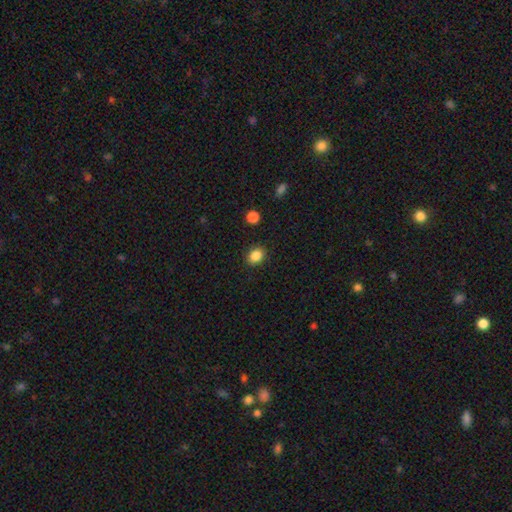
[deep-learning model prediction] A smooth galaxy with no disk features (86%) that is in between round and cigar-shaped (53%). Merging: none (88%).